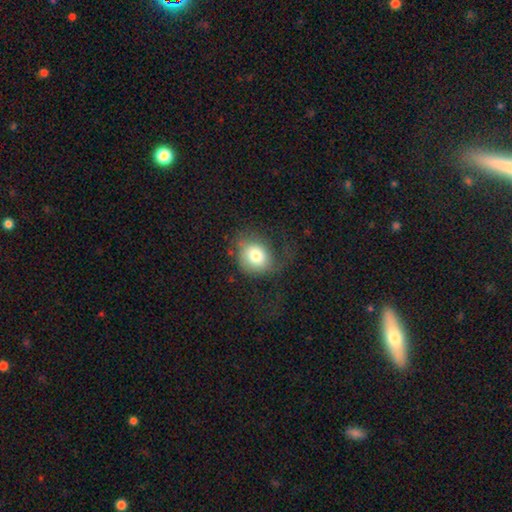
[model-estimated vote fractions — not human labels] Smooth or featured? Predicted: smooth (p=0.75). How rounded? Predicted: round (p=0.69). Merging? Predicted: none (p=0.46).